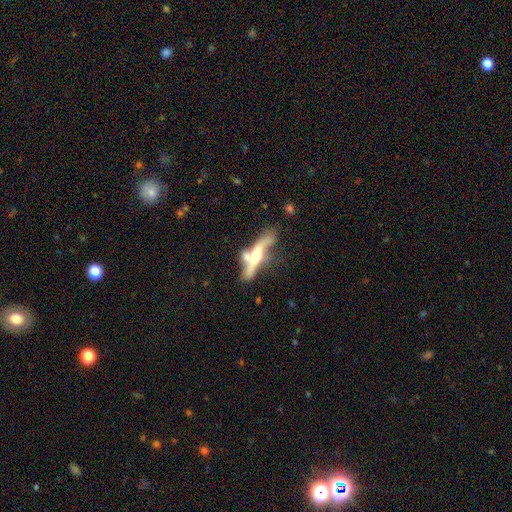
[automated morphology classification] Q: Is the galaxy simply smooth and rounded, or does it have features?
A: featured or disk — 65%.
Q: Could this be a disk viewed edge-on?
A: yes — 67%.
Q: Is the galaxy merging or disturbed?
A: merger — 39%.